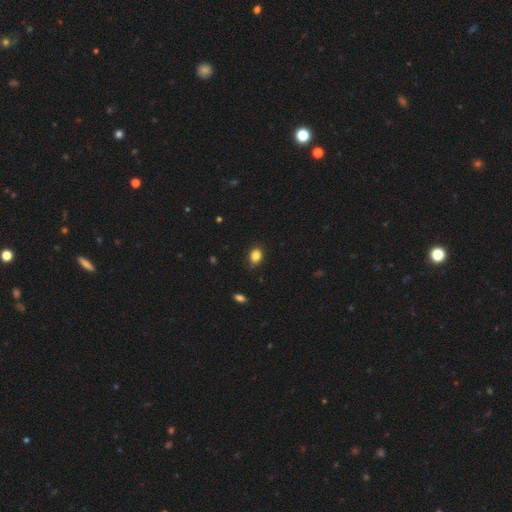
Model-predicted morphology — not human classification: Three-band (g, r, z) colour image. It shows a smooth galaxy with no disk features (85%) that is in between round and cigar-shaped (60%). Merging: none (79%).